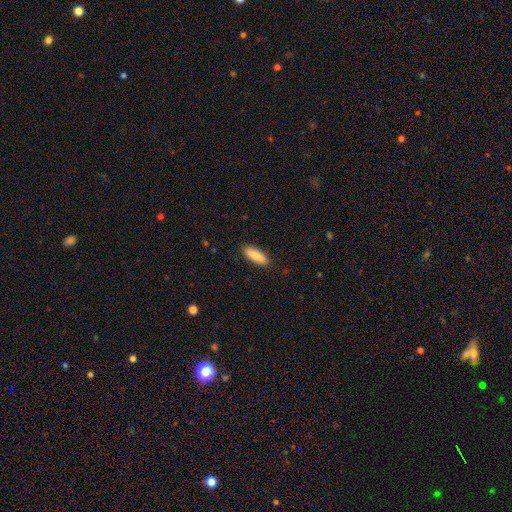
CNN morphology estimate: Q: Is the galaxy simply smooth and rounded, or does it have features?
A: smooth — 84%.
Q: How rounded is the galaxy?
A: in between — 55%.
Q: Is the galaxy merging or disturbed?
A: none — 89%.